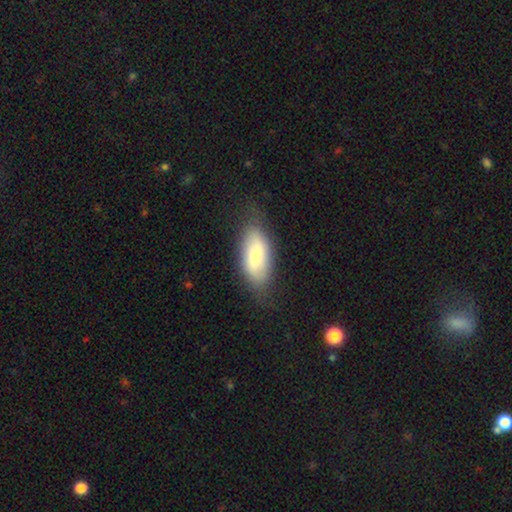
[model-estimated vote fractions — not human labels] Q: Smooth or featured?
A: smooth (73%); runner-up: featured or disk (20%)
Q: How rounded?
A: in between (89%); runner-up: cigar-shaped (8%)
Q: Merging?
A: none (67%); runner-up: minor disturbance (24%)